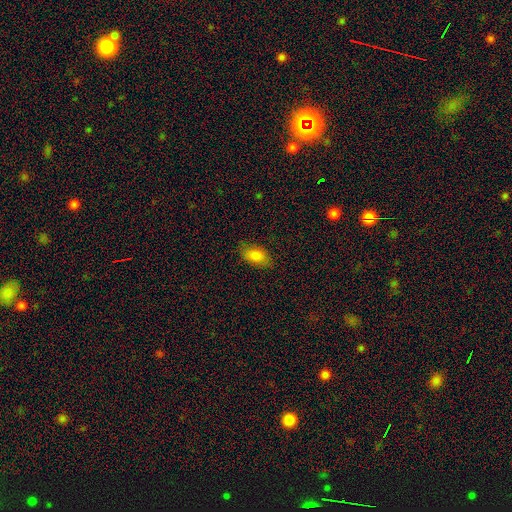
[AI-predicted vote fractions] This is clearly a smooth galaxy (84%). How rounded: clearly in between (92%). Merging: clearly none (81%).